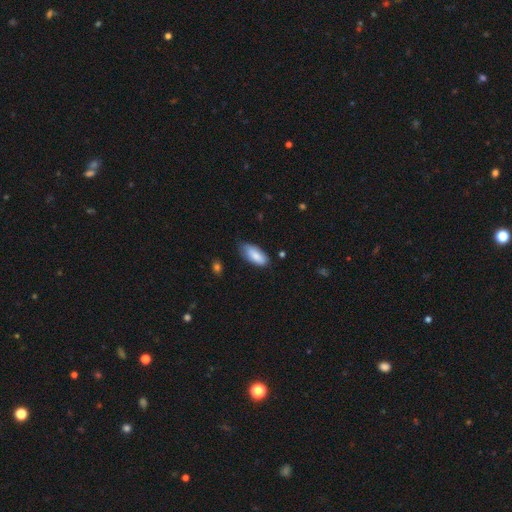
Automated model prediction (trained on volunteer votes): This is clearly a smooth galaxy (85%). How rounded: clearly in between (87%). Merging: likely none (66%).